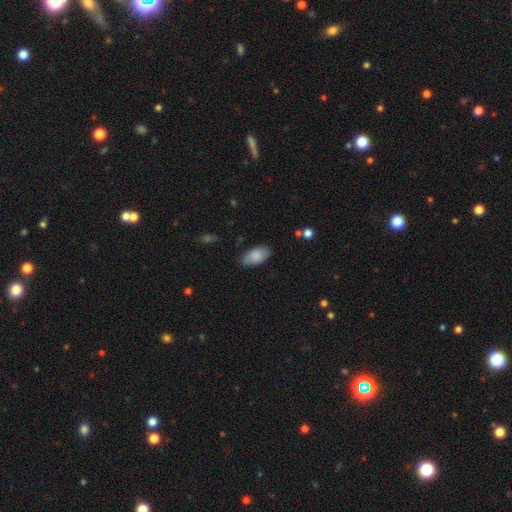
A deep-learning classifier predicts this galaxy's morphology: smooth_or_featured: smooth (p=0.84) [alt: featured or disk p=0.09]
how_rounded: in between (p=0.94) [alt: round p=0.03]
merging: none (p=0.82) [alt: minor disturbance p=0.14]